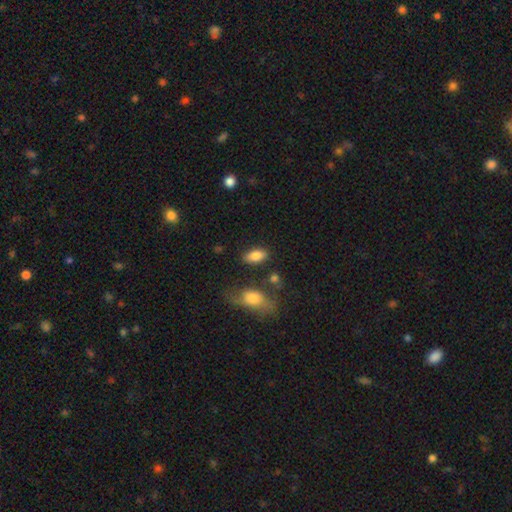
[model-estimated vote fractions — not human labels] A smooth galaxy with no disk features (85%) that is in between round and cigar-shaped (91%). Merging: none (78%).